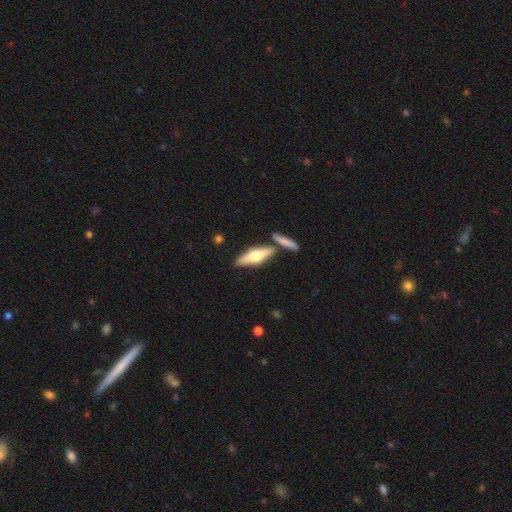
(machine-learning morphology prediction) type=smooth (51%); roundness=cigar-shaped (52%); merging=none (71%).